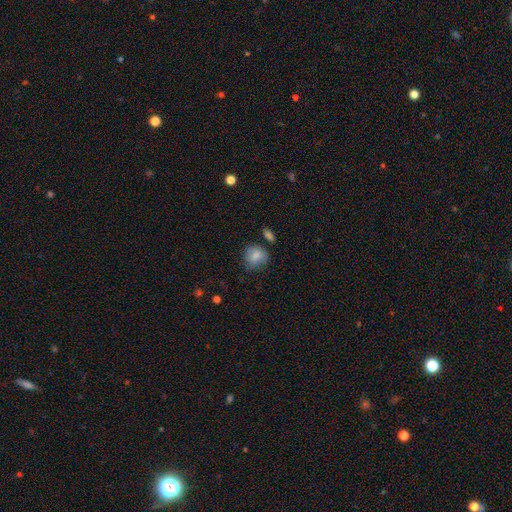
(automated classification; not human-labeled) Morphology: type=smooth (83%); roundness=round (74%); merging=none (69%).